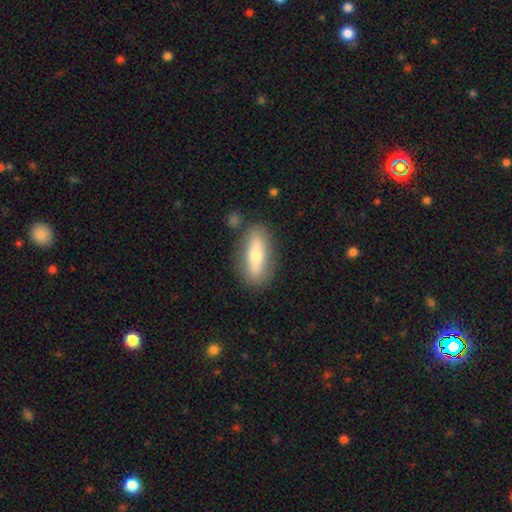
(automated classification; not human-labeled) Overall: smooth (59%; featured or disk 35%). How rounded: in between (61%; cigar-shaped 36%). Merging: none (80%).